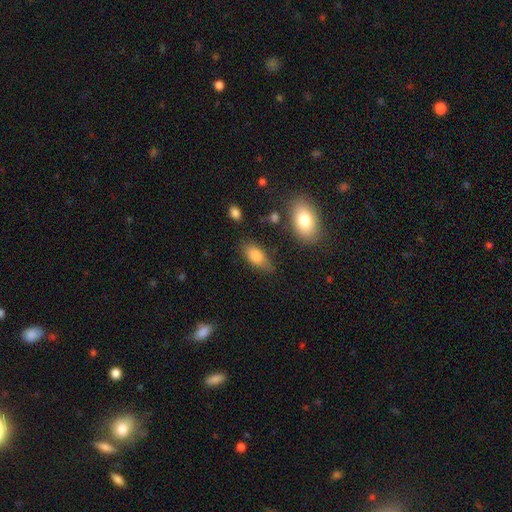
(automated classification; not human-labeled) Smooth or featured: smooth — 80% (featured or disk — 12%)
How rounded: in between — 88% (cigar-shaped — 7%)
Merging: none — 67% (minor disturbance — 23%)